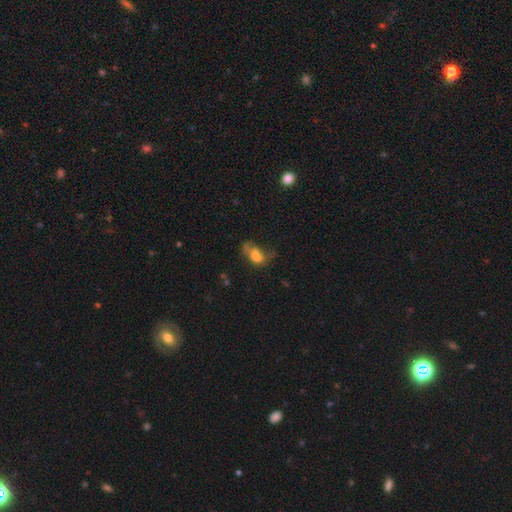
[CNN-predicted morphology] A smooth galaxy with no disk features (65%) that is in between round and cigar-shaped (83%).

Vote fractions:
- Smooth or featured? smooth: 65% / featured or disk: 24% / star or artifact: 11%
- How rounded? in between: 83% / round: 13% / cigar-shaped: 4%
- Merging? major disturbance: 41% / minor disturbance: 27% / none: 26% / merger: 6%